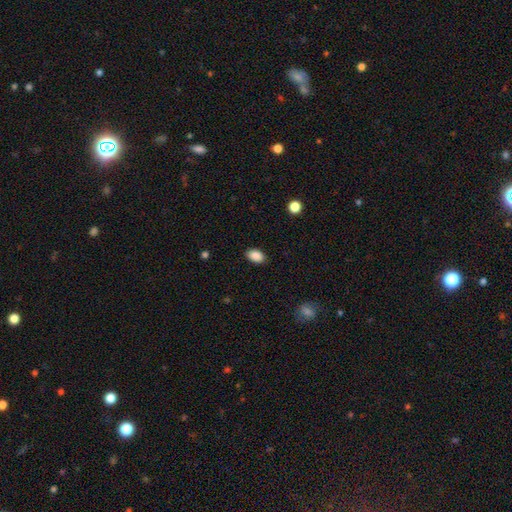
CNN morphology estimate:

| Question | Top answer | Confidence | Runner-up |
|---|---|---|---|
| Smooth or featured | smooth | 89% | star or artifact (8%) |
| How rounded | in between | 89% | round (10%) |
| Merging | none | 87% | minor disturbance (10%) |